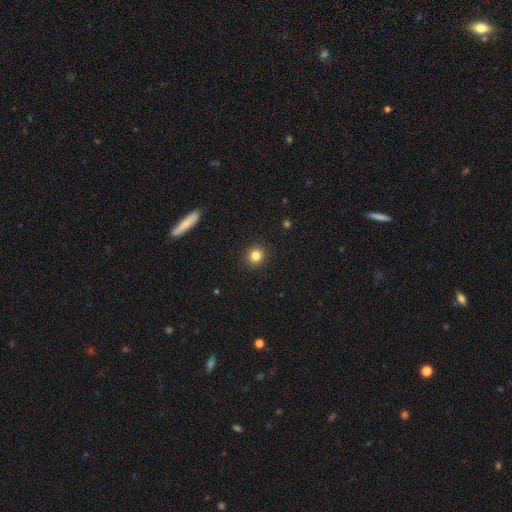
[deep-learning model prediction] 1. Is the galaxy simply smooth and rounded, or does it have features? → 84% smooth, 11% star or artifact, 5% featured or disk.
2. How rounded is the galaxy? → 91% round, 8% in between, 1% cigar-shaped.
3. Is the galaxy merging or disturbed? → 92% none, 5% minor disturbance, 2% major disturbance, 1% merger.